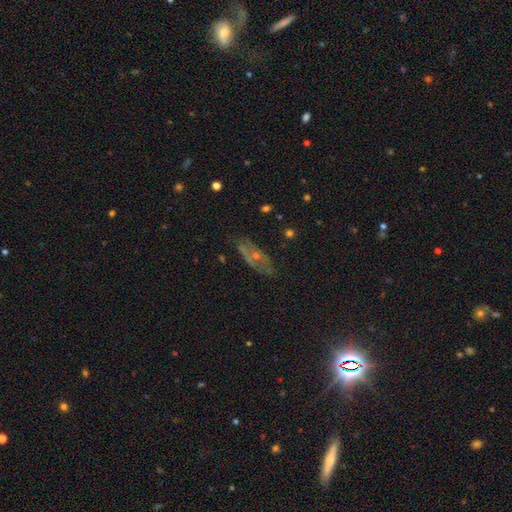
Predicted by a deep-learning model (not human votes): The model was most divided on "smooth or featured": featured or disk: 52%, smooth: 30%, star or artifact: 19%. More confident: edge-on disk — no (77%); merging — none (71%).